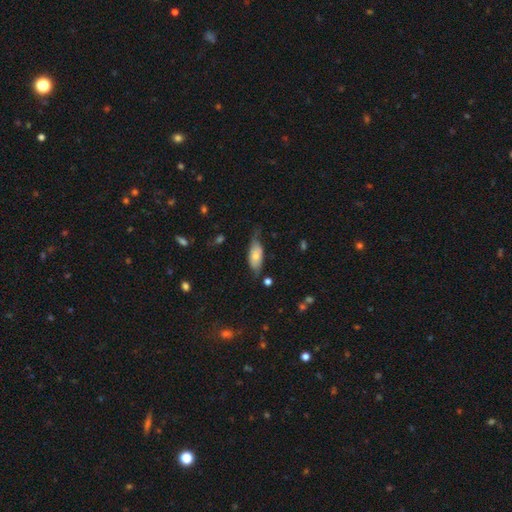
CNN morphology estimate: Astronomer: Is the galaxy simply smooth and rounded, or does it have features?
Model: smooth — 59% (runner-up: featured or disk, 35%).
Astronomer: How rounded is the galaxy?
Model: in between — 83%.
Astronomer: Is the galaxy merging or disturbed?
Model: none — 51% (runner-up: minor disturbance, 34%).